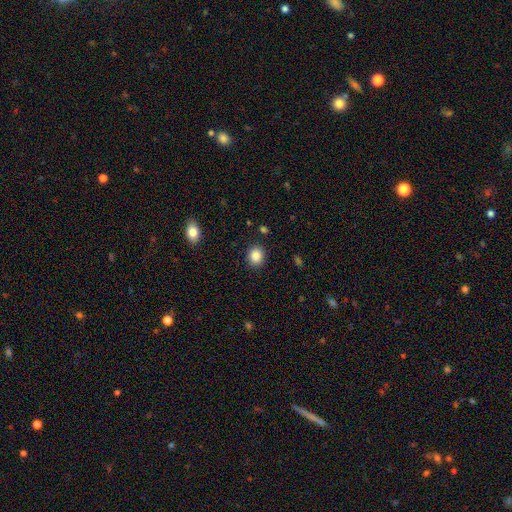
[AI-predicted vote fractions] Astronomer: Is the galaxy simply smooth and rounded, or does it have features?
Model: smooth — 86%.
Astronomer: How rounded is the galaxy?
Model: round — 74%.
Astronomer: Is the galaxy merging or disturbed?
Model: none — 90%.